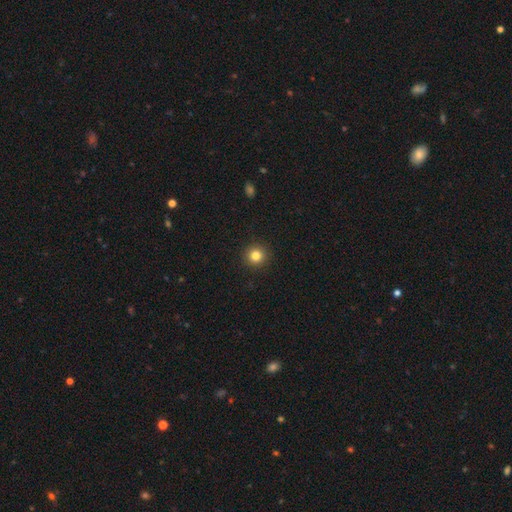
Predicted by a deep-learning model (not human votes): The model was most divided on "smooth or featured": smooth: 82%, star or artifact: 12%, featured or disk: 6%. More confident: how rounded — round (95%); merging — none (93%).